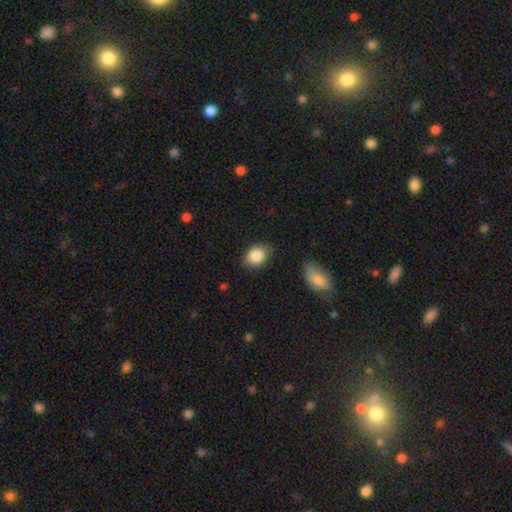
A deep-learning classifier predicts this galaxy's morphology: Q: Smooth or featured?
A: smooth (87%); runner-up: star or artifact (7%)
Q: How rounded?
A: in between (58%); runner-up: round (41%)
Q: Merging?
A: none (75%); runner-up: minor disturbance (19%)